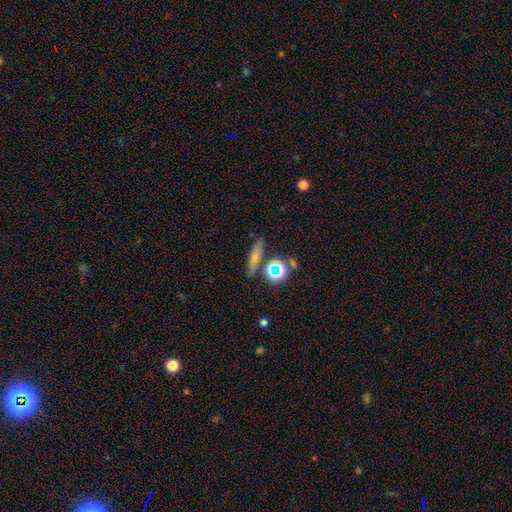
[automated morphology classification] A star or artifact, not a galaxy (37%).